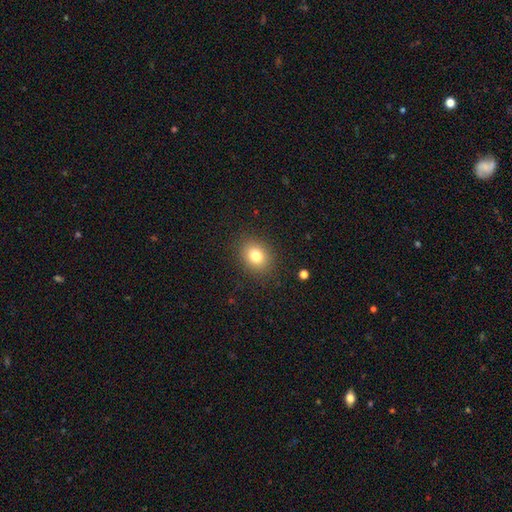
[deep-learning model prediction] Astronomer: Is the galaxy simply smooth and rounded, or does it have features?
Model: smooth — 79%.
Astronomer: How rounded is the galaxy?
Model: round — 53% (runner-up: in between, 46%).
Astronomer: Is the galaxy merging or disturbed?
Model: none — 88%.